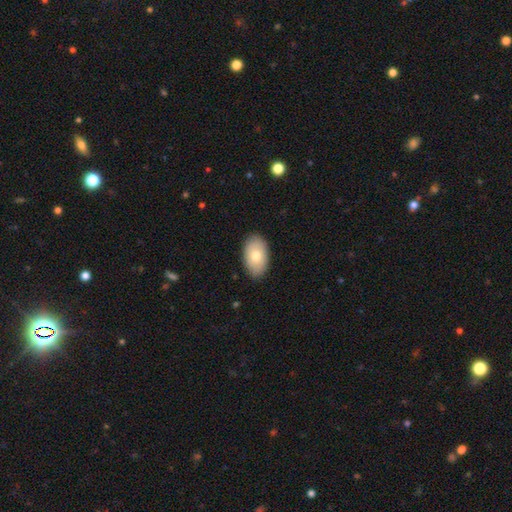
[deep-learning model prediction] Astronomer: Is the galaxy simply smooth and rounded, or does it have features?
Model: smooth — 75%.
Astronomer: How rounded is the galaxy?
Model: in between — 93%.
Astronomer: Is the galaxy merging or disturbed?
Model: none — 87%.